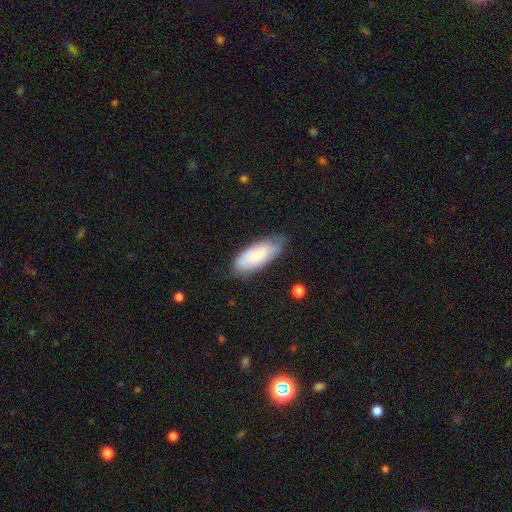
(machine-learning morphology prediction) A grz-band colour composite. It shows a smooth galaxy with no disk features (68%) that is in between round and cigar-shaped (84%). Merging: none (68%).